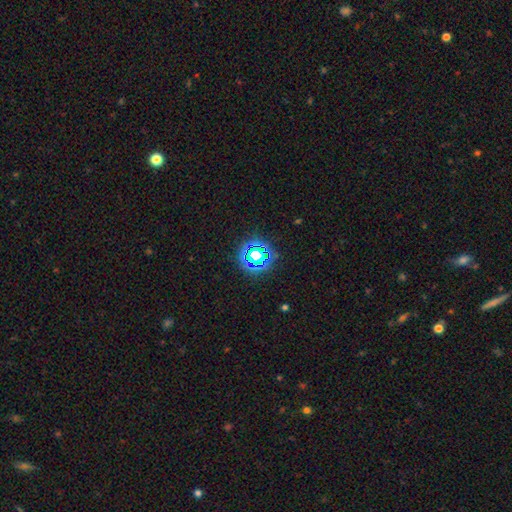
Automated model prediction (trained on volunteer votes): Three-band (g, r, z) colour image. It shows a star or artifact, not a galaxy (69%).